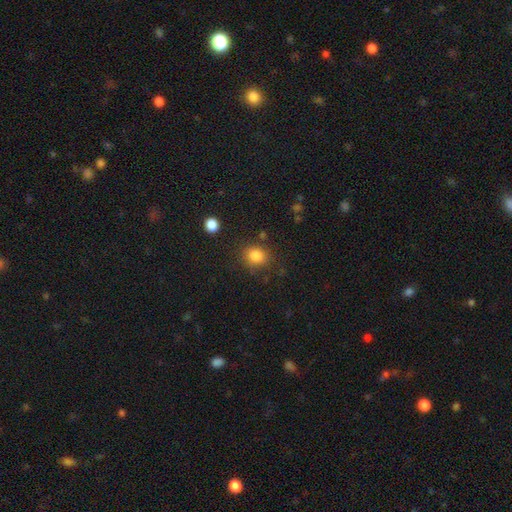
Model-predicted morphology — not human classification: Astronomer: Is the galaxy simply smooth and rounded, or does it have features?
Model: smooth — 84%.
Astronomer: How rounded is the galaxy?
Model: round — 67%.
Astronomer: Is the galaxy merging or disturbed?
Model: none — 78%.